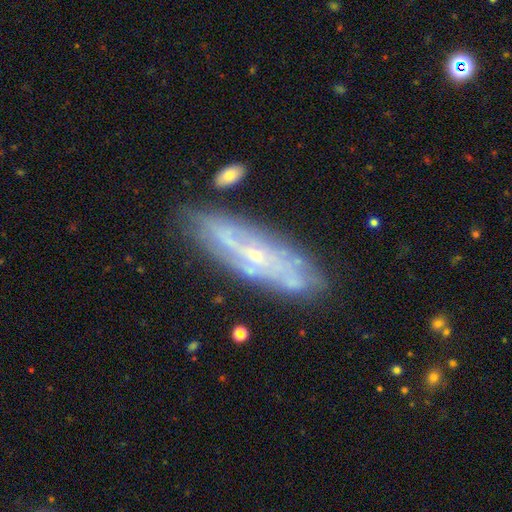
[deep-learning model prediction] A featured or disk galaxy (74%) with no bar (55%), spiral arms (77%) and a small central bulge (77%).

Vote fractions:
- Smooth or featured? featured or disk: 74% / smooth: 18% / star or artifact: 7%
- Edge-on disk? no: 74% / yes: 26%
- Bar? no: 55% / weak: 34% / strong: 11%
- Spiral arms? yes: 77% / no: 23%
- Bulge size? small: 77% / moderate: 15% / none: 5% / large: 1% / dominant: 1%
- Merging? none: 71% / minor disturbance: 18% / major disturbance: 6% / merger: 5%